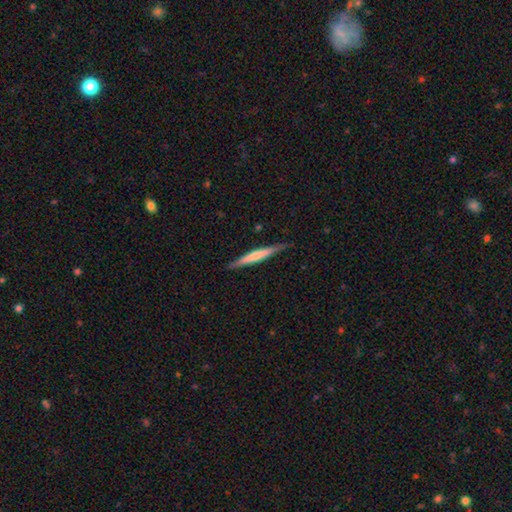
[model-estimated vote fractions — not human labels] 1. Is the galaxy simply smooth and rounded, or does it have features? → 49% smooth, 46% featured or disk, 5% star or artifact.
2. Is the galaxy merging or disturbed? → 87% none, 10% minor disturbance, 2% major disturbance, 1% merger.